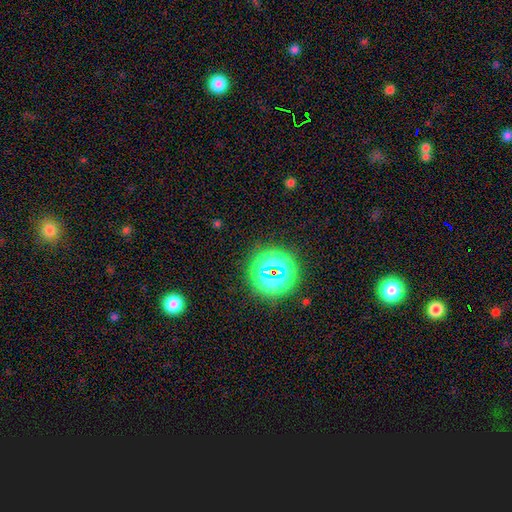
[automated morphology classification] This is likely a star or artifact rather than a galaxy (75%).